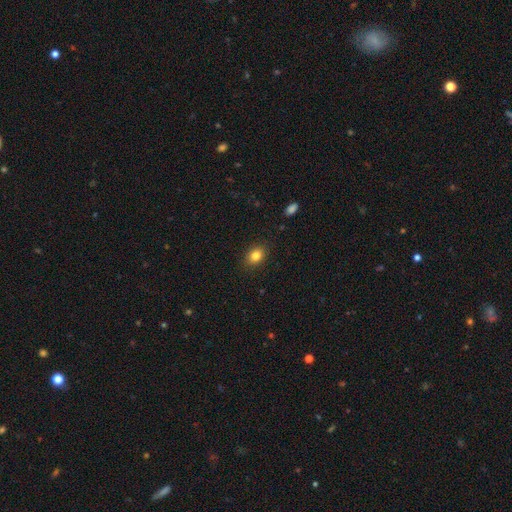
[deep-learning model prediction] Smooth or featured?
  - smooth: 83% *
  - star or artifact: 10%
  - featured or disk: 7%
How rounded?
  - in between: 62% *
  - round: 37%
  - cigar-shaped: 1%
Merging?
  - none: 88% *
  - minor disturbance: 9%
  - major disturbance: 2%
  - merger: 1%